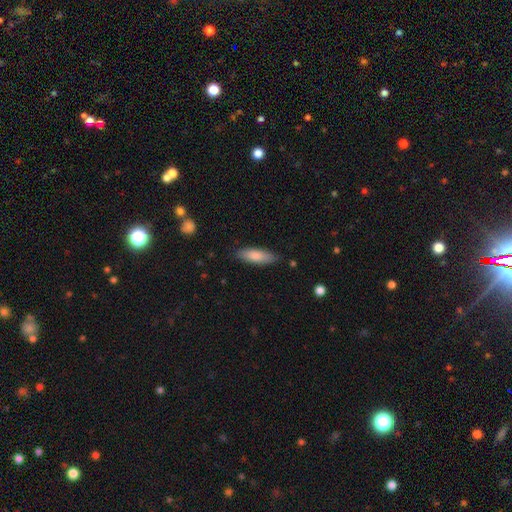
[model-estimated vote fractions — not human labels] The model was most divided on "how rounded": in between: 53%, cigar-shaped: 45%, round: 2%. More confident: merging — none (83%); smooth or featured — smooth (81%).